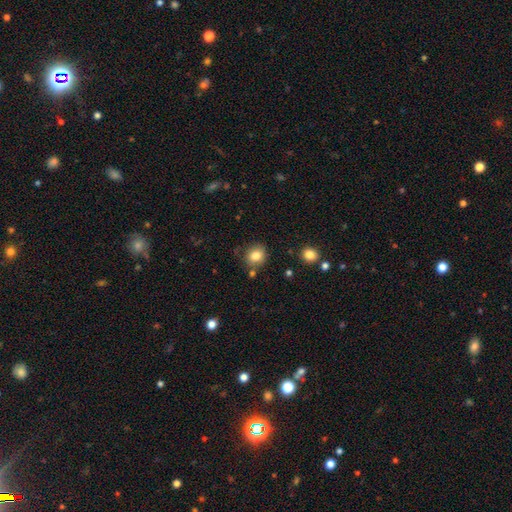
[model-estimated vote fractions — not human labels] This is clearly a smooth galaxy (83%). How rounded: likely round (78%). Merging: likely none (79%).